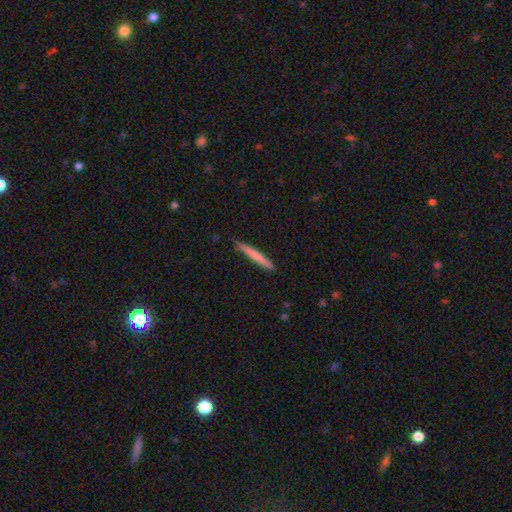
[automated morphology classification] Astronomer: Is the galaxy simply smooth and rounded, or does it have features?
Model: smooth — 69%.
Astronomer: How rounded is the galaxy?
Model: cigar-shaped — 96%.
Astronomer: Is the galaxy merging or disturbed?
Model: none — 89%.